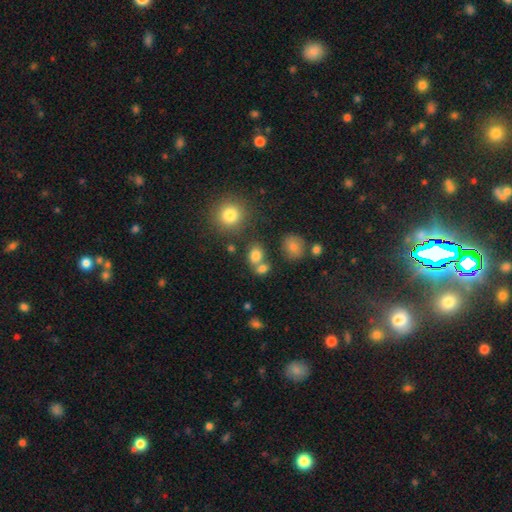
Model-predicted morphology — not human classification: Smooth or featured? smooth (77%)
How rounded? in between (59%)
Merging? none (54%)